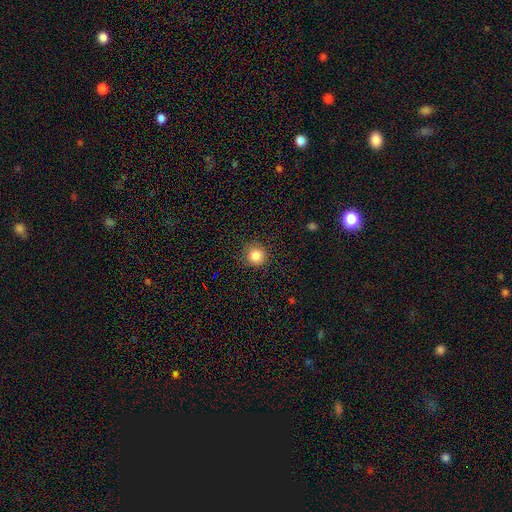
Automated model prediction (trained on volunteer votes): smooth-or-featured: smooth: 85% | star or artifact: 11% | featured or disk: 5%
  how-rounded: round: 93% | in between: 6% | cigar-shaped: 1%
  merging: none: 88% | minor disturbance: 8% | major disturbance: 3% | merger: 1%